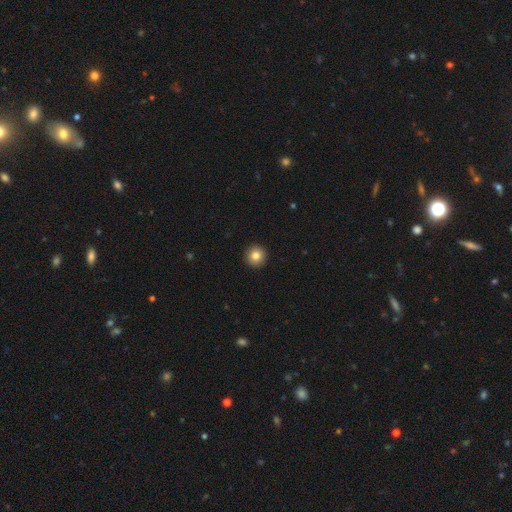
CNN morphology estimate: Smooth or featured? smooth (83%)
How rounded? round (96%)
Merging? none (94%)